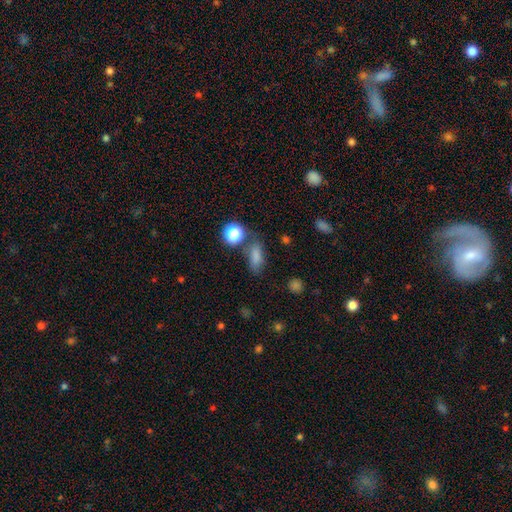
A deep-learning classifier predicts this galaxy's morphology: smooth-or-featured: smooth: 78% | star or artifact: 14% | featured or disk: 8%
  how-rounded: in between: 72% | cigar-shaped: 16% | round: 12%
  merging: none: 63% | minor disturbance: 19% | merger: 11% | major disturbance: 7%